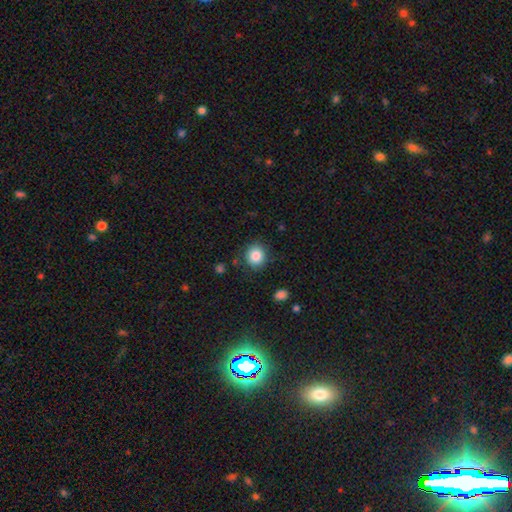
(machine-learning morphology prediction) A smooth galaxy with no disk features (85%) that is round (79%). Merging: none (85%).